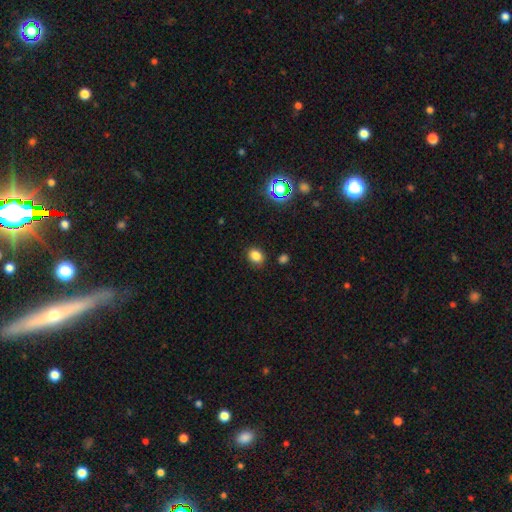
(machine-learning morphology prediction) A smooth galaxy with no disk features (83%) that is in between round and cigar-shaped (52%).

Vote fractions:
- Smooth or featured? smooth: 83% / star or artifact: 13% / featured or disk: 5%
- How rounded? in between: 52% / round: 47% / cigar-shaped: 1%
- Merging? none: 85% / minor disturbance: 10% / major disturbance: 3% / merger: 2%